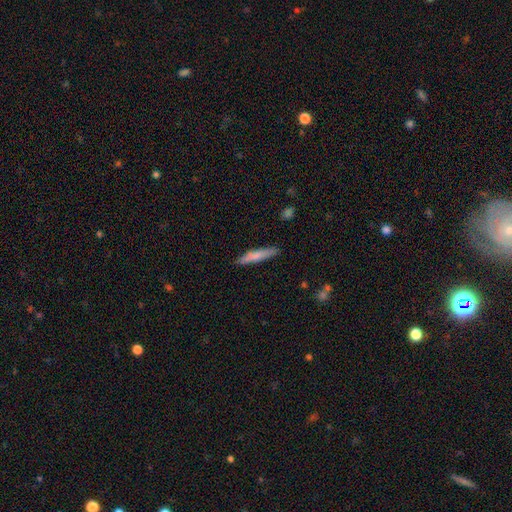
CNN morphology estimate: A smooth galaxy with no disk features (70%) that is cigar-shaped (88%). Merging: none (86%).